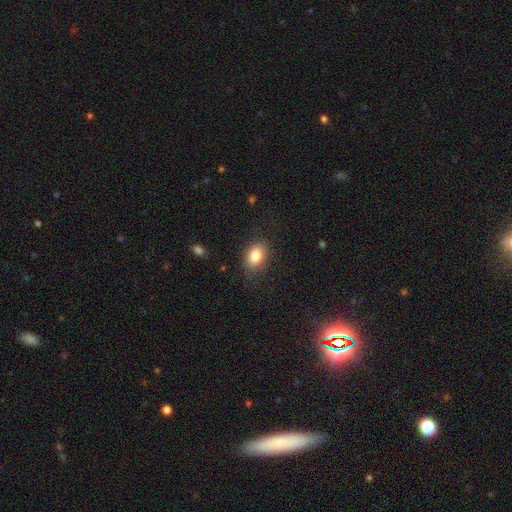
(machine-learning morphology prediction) The model was most divided on "how rounded": in between: 82%, round: 16%, cigar-shaped: 1%. More confident: smooth or featured — smooth (83%); merging — none (83%).